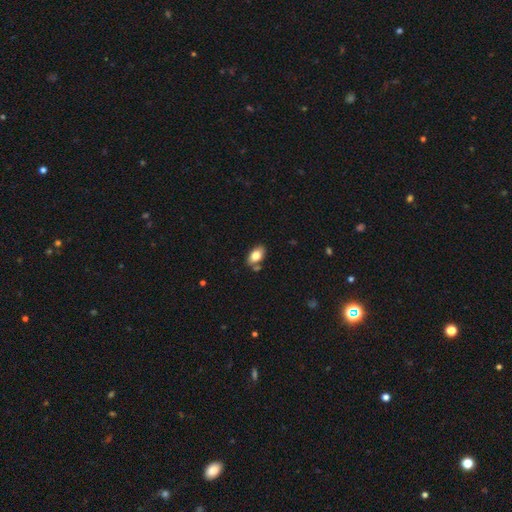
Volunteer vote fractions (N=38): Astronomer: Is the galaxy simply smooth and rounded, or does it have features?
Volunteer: smooth — 84%.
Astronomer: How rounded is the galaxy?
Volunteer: in between — 84%.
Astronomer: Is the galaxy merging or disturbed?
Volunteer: none — 63%.